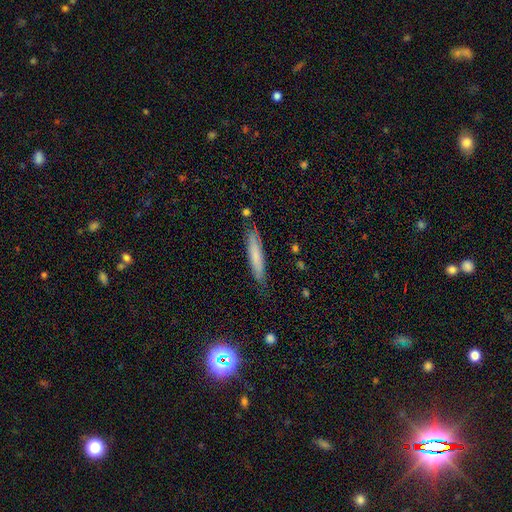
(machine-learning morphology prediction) Overall: smooth (70%). How rounded: cigar-shaped (92%). Merging: none (82%).